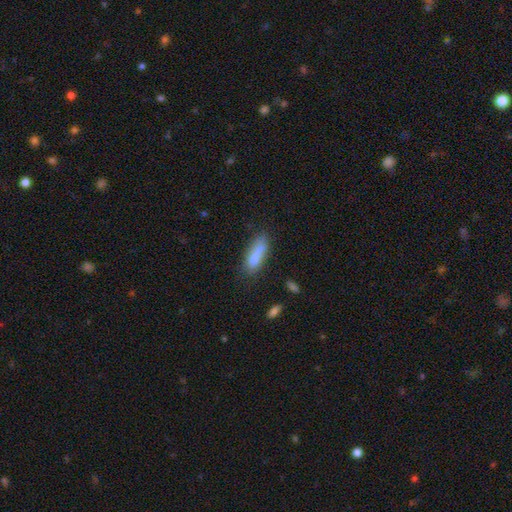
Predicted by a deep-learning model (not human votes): smooth-or-featured: smooth: 79% | featured or disk: 12% | star or artifact: 8%
  how-rounded: in between: 52% | cigar-shaped: 46% | round: 2%
  merging: none: 58% | minor disturbance: 25% | major disturbance: 9% | merger: 8%